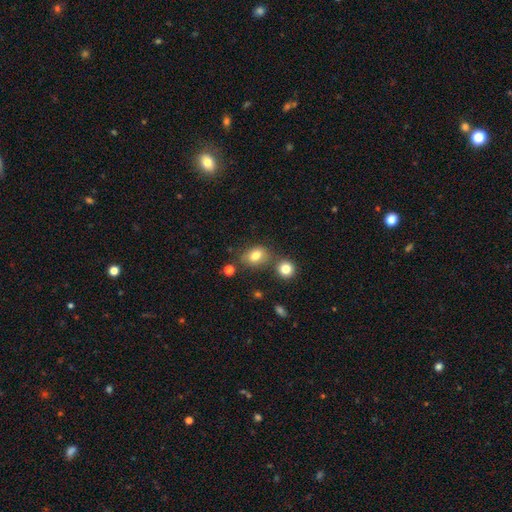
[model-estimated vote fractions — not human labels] Smooth or featured? smooth (79%)
How rounded? in between (63%)
Merging? none (62%)